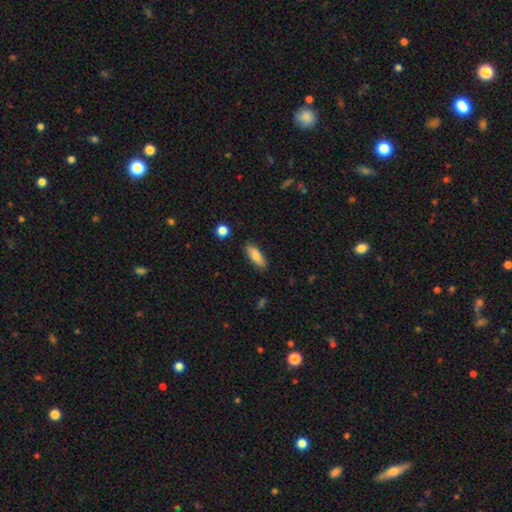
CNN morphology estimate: Q: Smooth or featured?
A: smooth (79%); runner-up: featured or disk (14%)
Q: How rounded?
A: in between (67%); runner-up: cigar-shaped (31%)
Q: Merging?
A: none (84%); runner-up: minor disturbance (12%)